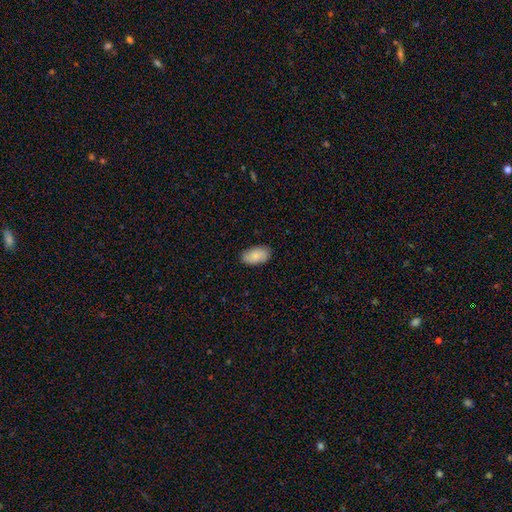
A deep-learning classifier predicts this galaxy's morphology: type=smooth (86%); roundness=in between (95%); merging=none (86%).